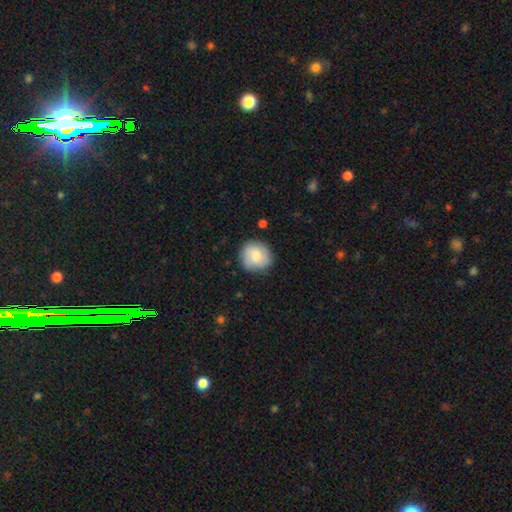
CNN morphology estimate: Smooth or featured? Predicted: smooth (p=0.77). How rounded? Predicted: round (p=0.90). Merging? Predicted: none (p=0.84).